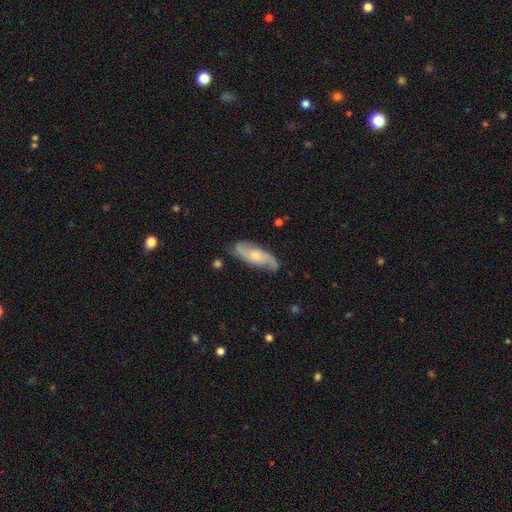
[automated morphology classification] A featured or disk galaxy (73%) with no bar (66%), 2 (87%) loose (41%, tied with medium) spiral arms (93%) and a small central bulge (52%). Merging: none (78%).